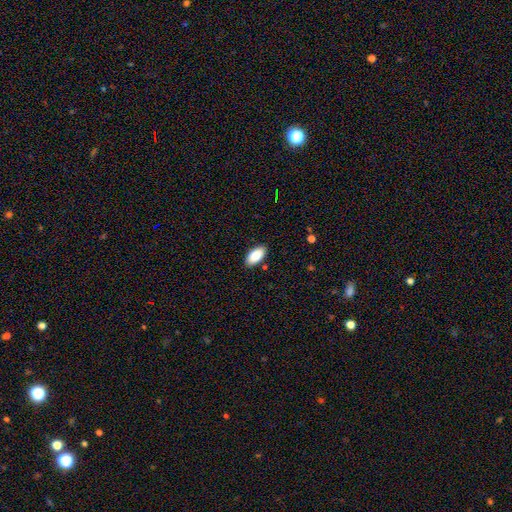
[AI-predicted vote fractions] smooth 88%, star or artifact 6%, featured or disk 5%. Down the decision tree: how rounded — in between (94%); merging — none (88%).